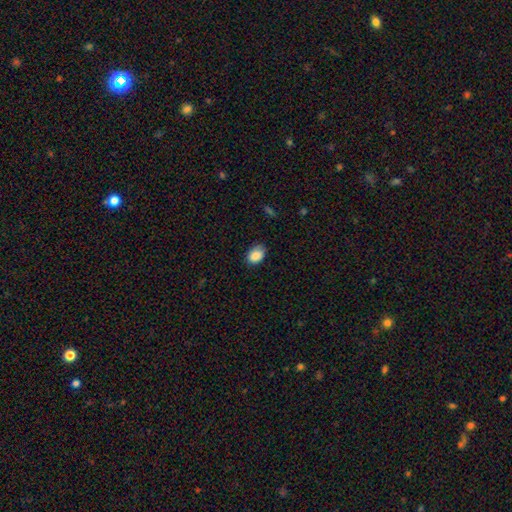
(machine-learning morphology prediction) type=smooth (87%); roundness=in between (80%); merging=none (72%).